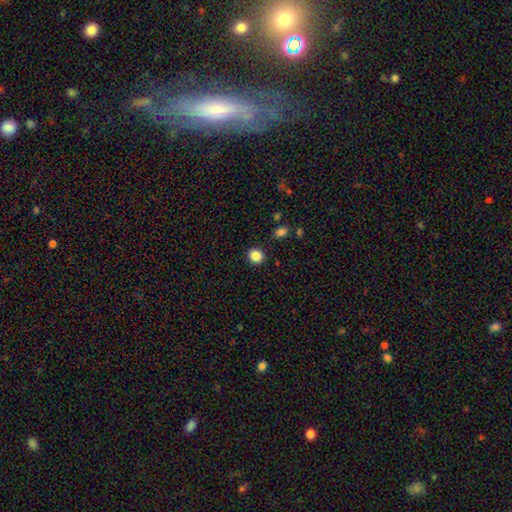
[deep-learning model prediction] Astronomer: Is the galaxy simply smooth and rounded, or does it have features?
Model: smooth — 86%.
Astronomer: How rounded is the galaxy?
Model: round — 84%.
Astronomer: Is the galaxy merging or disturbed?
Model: none — 89%.